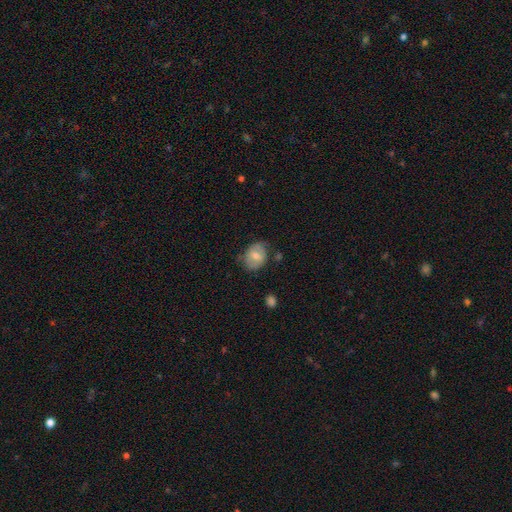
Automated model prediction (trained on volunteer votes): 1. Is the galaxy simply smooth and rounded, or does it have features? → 65% smooth, 28% featured or disk, 7% star or artifact.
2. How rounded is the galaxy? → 62% in between, 37% round, 1% cigar-shaped.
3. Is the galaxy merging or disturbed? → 65% none, 25% minor disturbance, 7% major disturbance, 3% merger.